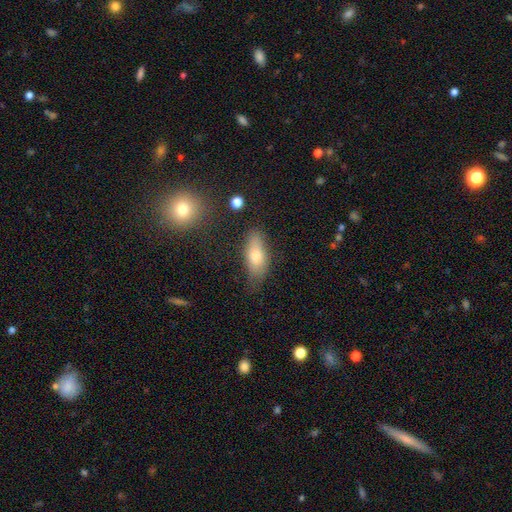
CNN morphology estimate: A smooth galaxy with no disk features (75%) that is in between round and cigar-shaped (76%). Merging: none (68%).